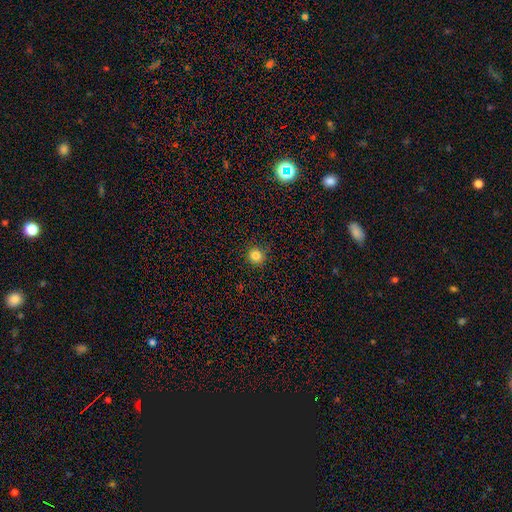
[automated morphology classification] Overall: smooth (82%). How rounded: round (94%). Merging: none (89%).